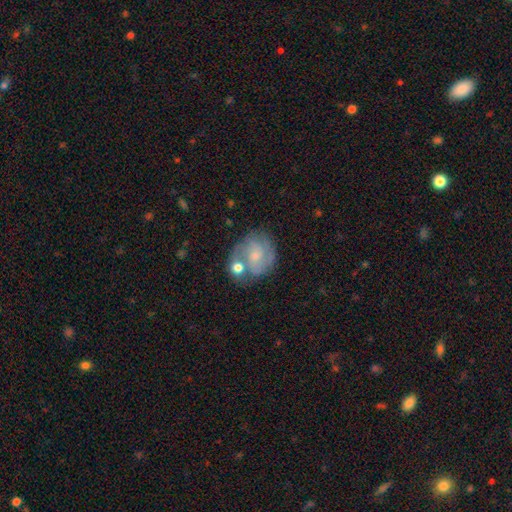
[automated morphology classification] featured or disk 63%, smooth 29%, star or artifact 8%. Down the decision tree: edge-on disk — no (97%); bar — no (64%); spiral arms — yes (86%); spiral arm count — 2 (56%); spiral winding — medium (46%); bulge size — small (60%); merging — none (52%).